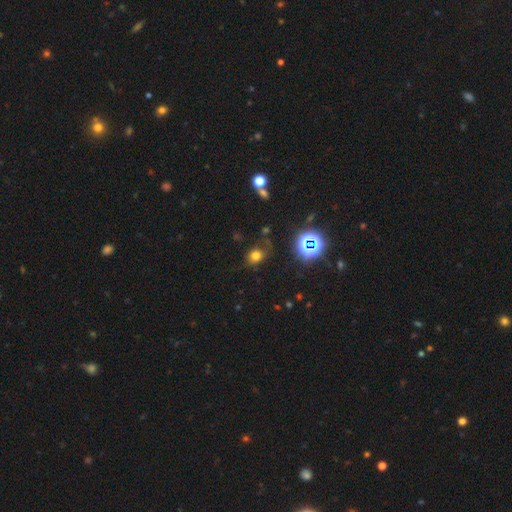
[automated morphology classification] smooth_or_featured: smooth (p=0.69) [alt: star or artifact p=0.23]
how_rounded: round (p=0.62) [alt: in between p=0.37]
merging: none (p=0.70) [alt: minor disturbance p=0.19]